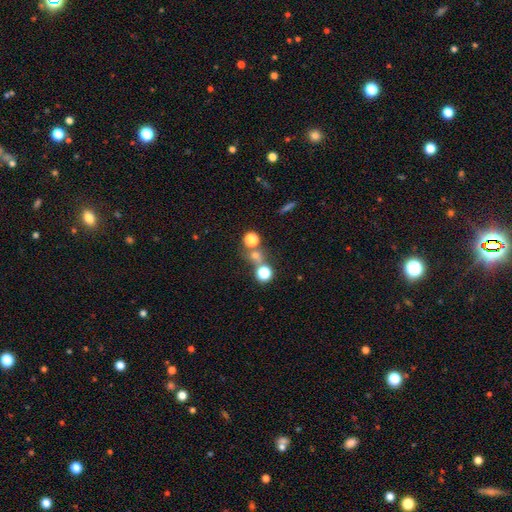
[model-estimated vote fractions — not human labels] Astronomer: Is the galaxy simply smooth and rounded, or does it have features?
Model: smooth — 60%.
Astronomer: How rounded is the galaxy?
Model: round — 87%.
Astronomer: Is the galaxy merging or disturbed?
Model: none — 57%.